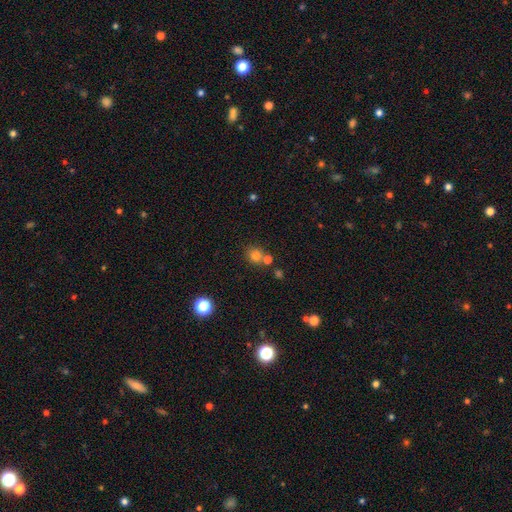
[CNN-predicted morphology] Smooth or featured: smooth — 77% (star or artifact — 16%)
How rounded: round — 84% (in between — 15%)
Merging: none — 62% (merger — 26%)